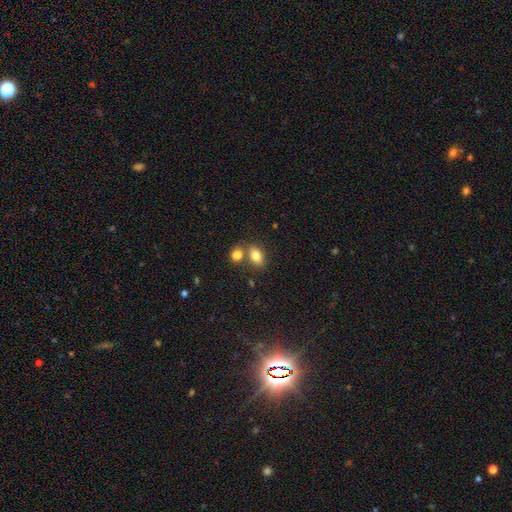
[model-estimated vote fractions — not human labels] Overall: smooth (81%). How rounded: in between (82%). Merging: none (57%; merger 30%).